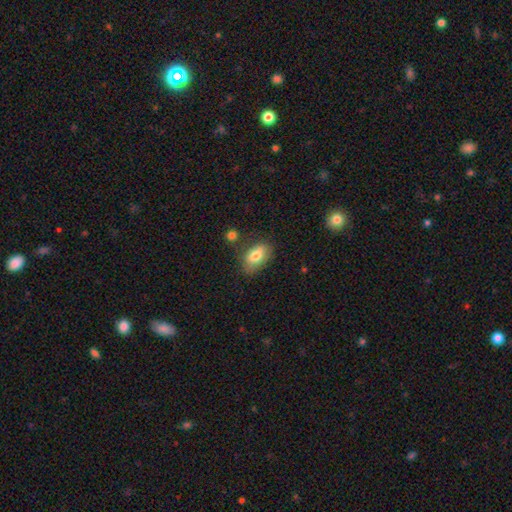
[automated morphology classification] Smooth or featured? smooth (75%)
How rounded? in between (89%)
Merging? none (66%)